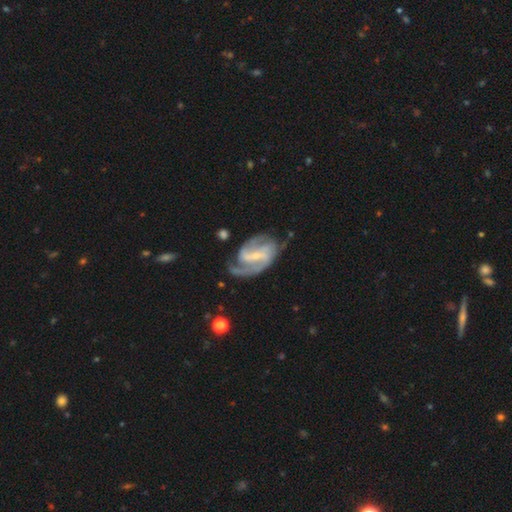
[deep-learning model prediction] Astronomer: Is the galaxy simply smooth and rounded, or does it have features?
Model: featured or disk — 89%.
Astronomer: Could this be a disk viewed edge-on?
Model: no — 97%.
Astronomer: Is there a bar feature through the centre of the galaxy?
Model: strong — 44% (runner-up: weak, 41%).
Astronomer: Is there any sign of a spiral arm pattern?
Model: yes — 96%.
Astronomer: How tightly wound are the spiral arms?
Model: medium — 52%.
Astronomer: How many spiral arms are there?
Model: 2 — 68%.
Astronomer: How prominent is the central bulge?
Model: small — 73%.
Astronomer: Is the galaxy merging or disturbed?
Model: none — 63%.